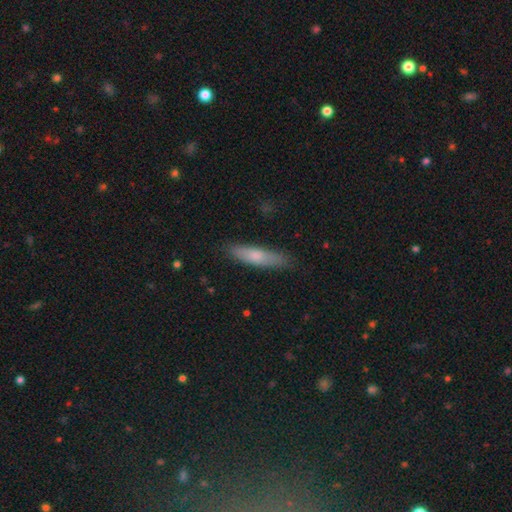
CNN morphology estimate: type=smooth (70%); roundness=cigar-shaped (78%); merging=none (85%).